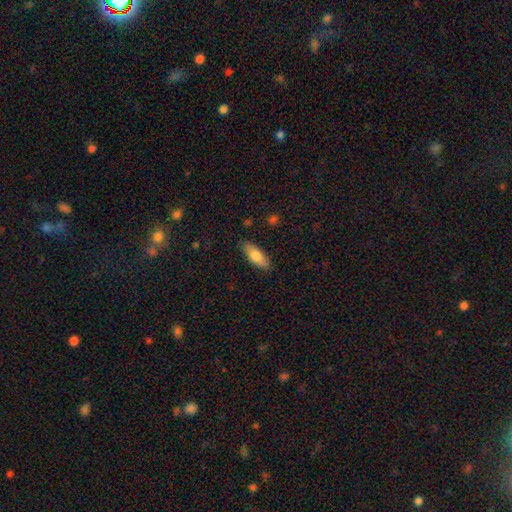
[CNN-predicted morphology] A smooth galaxy with no disk features (76%) that is in between round and cigar-shaped (75%). Merging: none (85%).